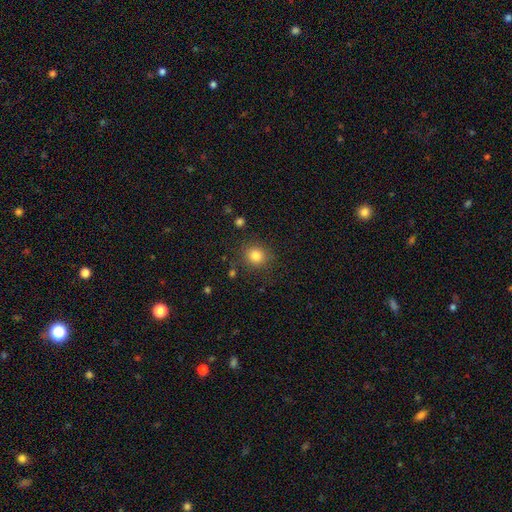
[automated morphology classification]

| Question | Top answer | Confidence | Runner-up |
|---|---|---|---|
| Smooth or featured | smooth | 82% | star or artifact (12%) |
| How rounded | round | 87% | in between (13%) |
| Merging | none | 85% | minor disturbance (9%) |